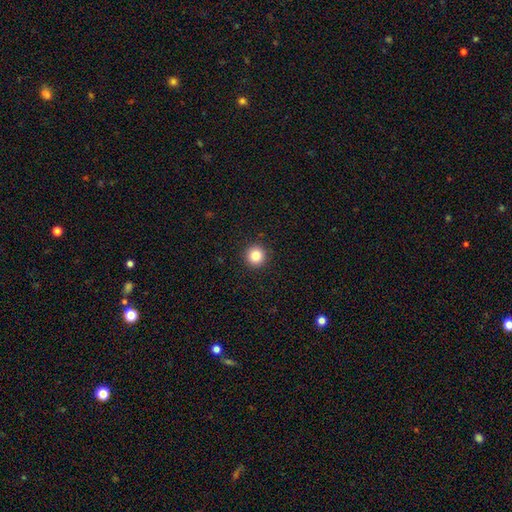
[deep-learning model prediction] A smooth galaxy with no disk features (84%) that is round (95%). Merging: none (93%).